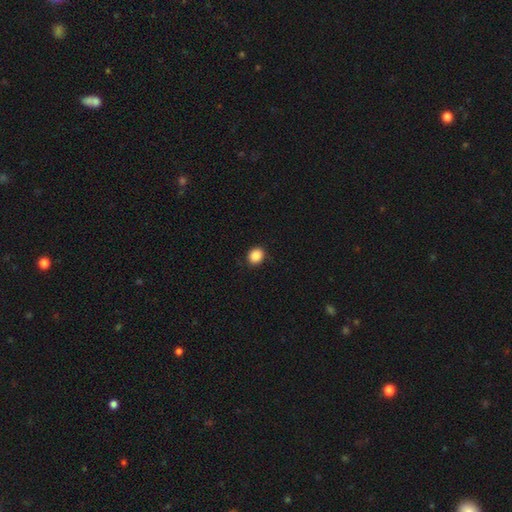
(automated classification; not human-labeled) The model was most divided on "how rounded": round: 67%, in between: 32%, cigar-shaped: 1%. More confident: merging — none (90%); smooth or featured — smooth (87%).